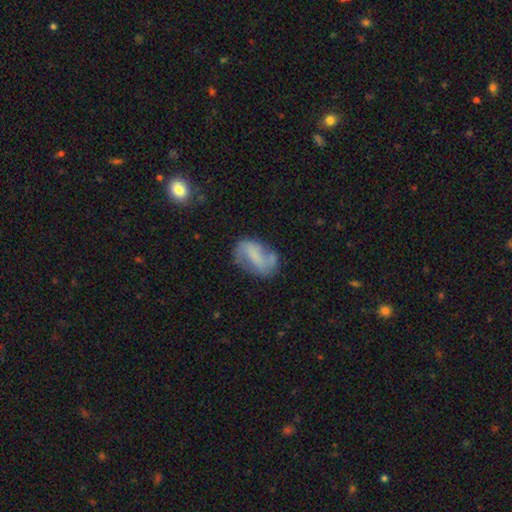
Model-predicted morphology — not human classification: type=featured or disk (52%); edge-on=no (96%); merging=none (52%).